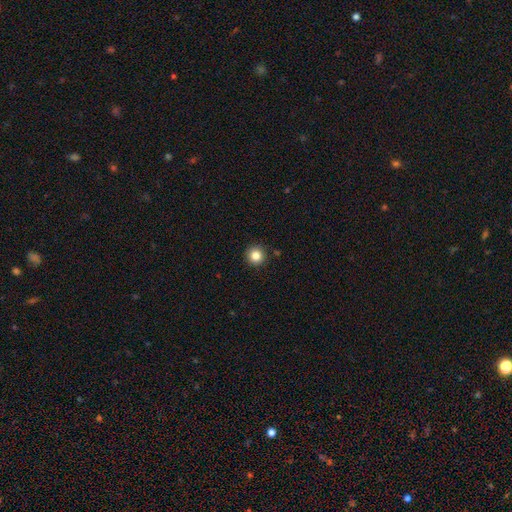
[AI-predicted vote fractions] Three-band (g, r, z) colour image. It shows a smooth galaxy with no disk features (84%) that is round (96%). Merging: none (92%).